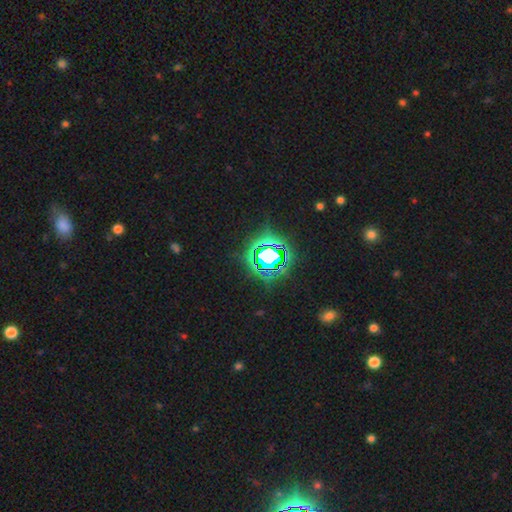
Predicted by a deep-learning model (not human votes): Smooth or featured?
  - star or artifact: 78% *
  - smooth: 14%
  - featured or disk: 8%